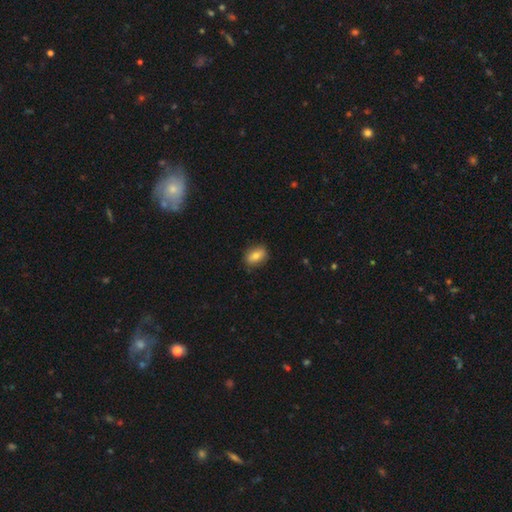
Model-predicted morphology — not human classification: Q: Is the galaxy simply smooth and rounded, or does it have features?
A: smooth — 75%.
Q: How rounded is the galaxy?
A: in between — 80%.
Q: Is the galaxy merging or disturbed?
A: none — 84%.